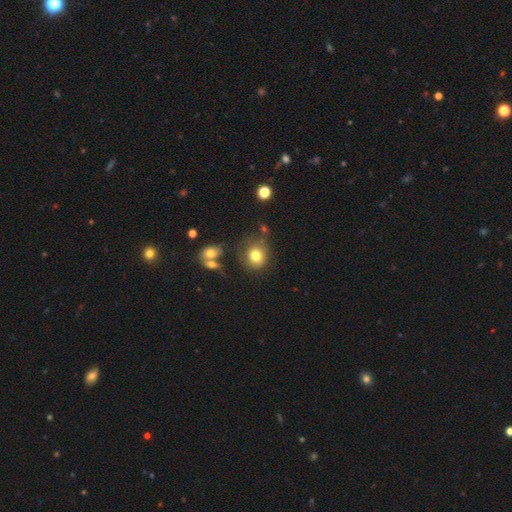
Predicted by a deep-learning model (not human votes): A smooth galaxy with no disk features (79%) that is round (76%). Merging: none (67%).